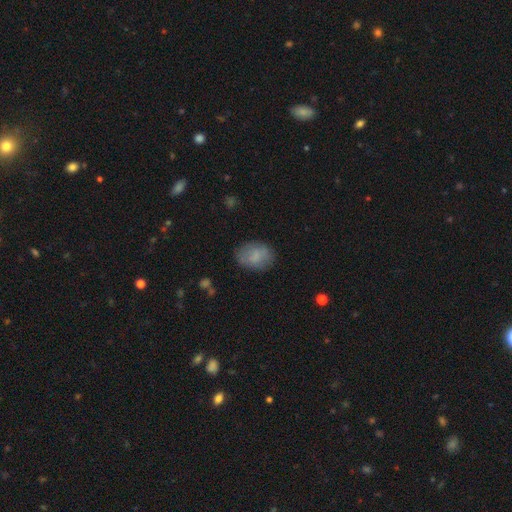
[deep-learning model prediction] This is likely a smooth galaxy (78%). How rounded: likely in between (70%). Merging: likely none (77%).